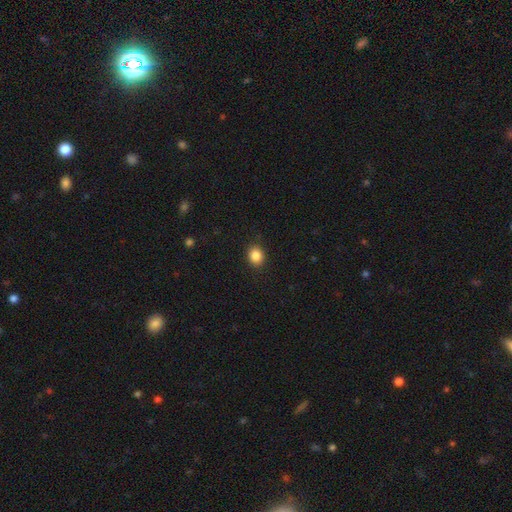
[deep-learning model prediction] Overall: smooth (87%). How rounded: round (61%; in between 38%). Merging: none (89%).